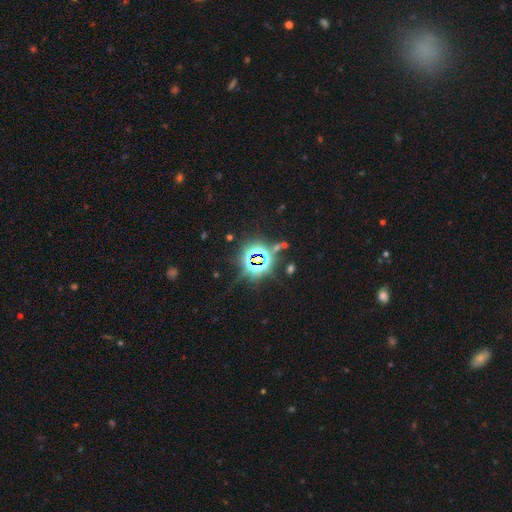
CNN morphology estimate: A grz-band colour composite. It shows a star or artifact, not a galaxy (81%).